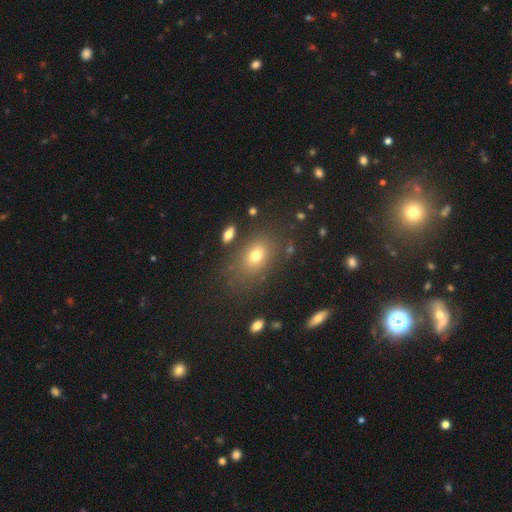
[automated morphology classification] Smooth or featured?
  - smooth: 71% *
  - star or artifact: 16%
  - featured or disk: 13%
How rounded?
  - in between: 71% *
  - round: 27%
  - cigar-shaped: 2%
Merging?
  - none: 75% *
  - minor disturbance: 14%
  - major disturbance: 7%
  - merger: 5%